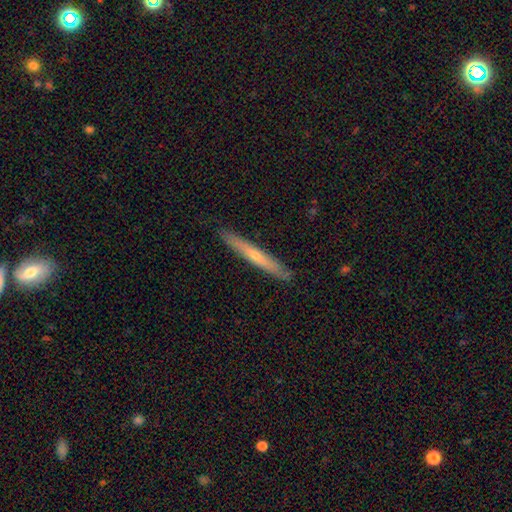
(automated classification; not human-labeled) featured or disk 50%, smooth 44%, star or artifact 6%. Down the decision tree: edge-on disk — yes (94%); merging — none (89%).